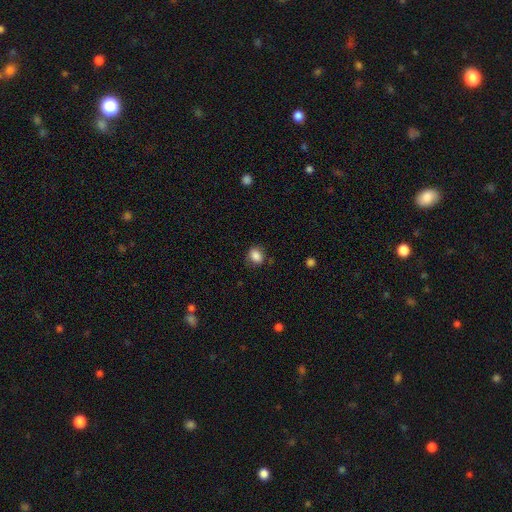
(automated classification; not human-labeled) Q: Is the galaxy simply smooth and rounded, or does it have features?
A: smooth — 85%.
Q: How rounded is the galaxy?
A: in between — 56%.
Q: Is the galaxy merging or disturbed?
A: none — 74%.